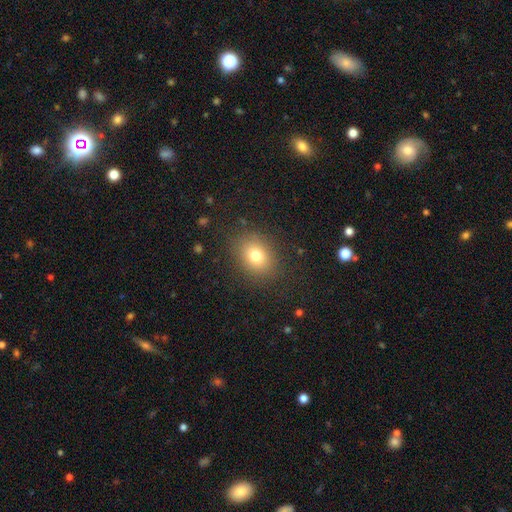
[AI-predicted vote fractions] Smooth or featured?
  - smooth: 76% *
  - star or artifact: 13%
  - featured or disk: 11%
How rounded?
  - in between: 52% *
  - round: 47%
  - cigar-shaped: 1%
Merging?
  - none: 85% *
  - minor disturbance: 9%
  - major disturbance: 4%
  - merger: 1%